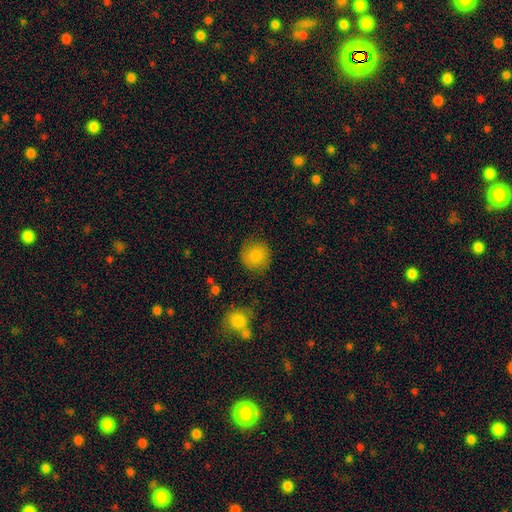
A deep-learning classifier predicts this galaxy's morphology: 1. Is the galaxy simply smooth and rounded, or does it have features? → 82% smooth, 10% featured or disk, 8% star or artifact.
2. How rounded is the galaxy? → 91% round, 8% in between, 1% cigar-shaped.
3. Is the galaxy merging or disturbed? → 82% none, 13% minor disturbance, 4% major disturbance, 2% merger.